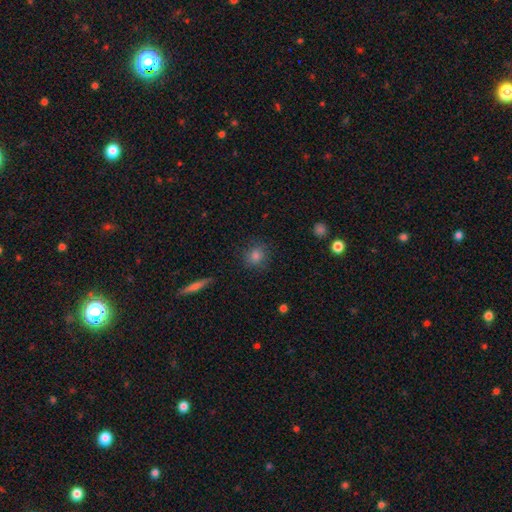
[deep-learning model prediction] A smooth galaxy with no disk features (80%) that is round (83%).

Vote fractions:
- Smooth or featured? smooth: 80% / star or artifact: 12% / featured or disk: 8%
- How rounded? round: 83% / in between: 15% / cigar-shaped: 2%
- Merging? none: 87% / minor disturbance: 10% / major disturbance: 3% / merger: 1%